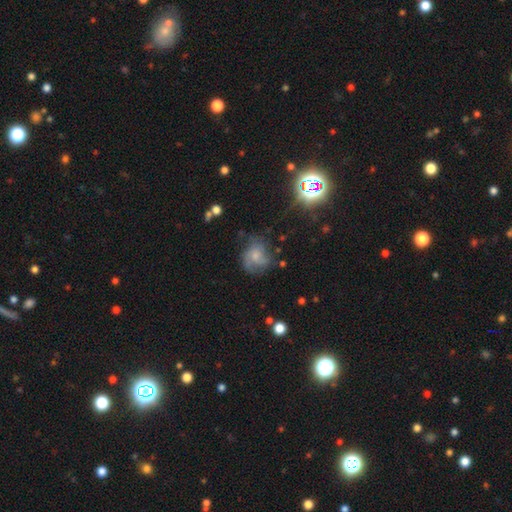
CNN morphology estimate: A featured or disk galaxy (48%).

Vote fractions:
- Smooth or featured? featured or disk: 48% / smooth: 40% / star or artifact: 12%
- Merging? none: 55% / minor disturbance: 25% / major disturbance: 18% / merger: 3%